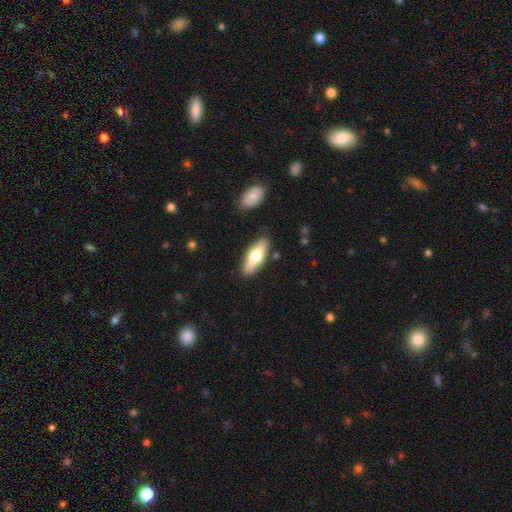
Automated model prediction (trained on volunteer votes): Q: Smooth or featured?
A: smooth (65%); runner-up: featured or disk (29%)
Q: How rounded?
A: in between (66%); runner-up: cigar-shaped (31%)
Q: Merging?
A: none (85%); runner-up: minor disturbance (10%)